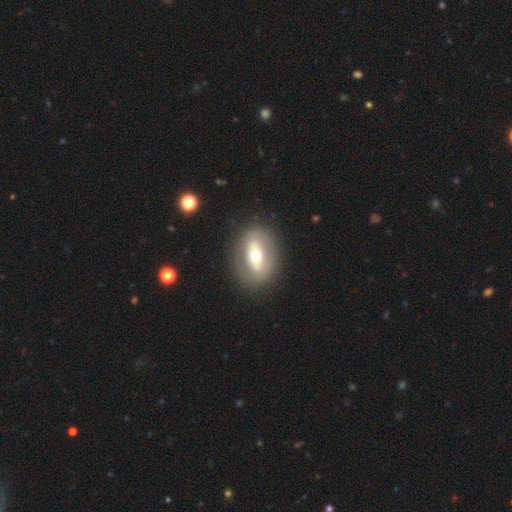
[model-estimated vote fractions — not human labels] Smooth or featured? Predicted: featured or disk (p=0.54). Edge-on disk? Predicted: no (p=0.85). Merging? Predicted: none (p=0.82).